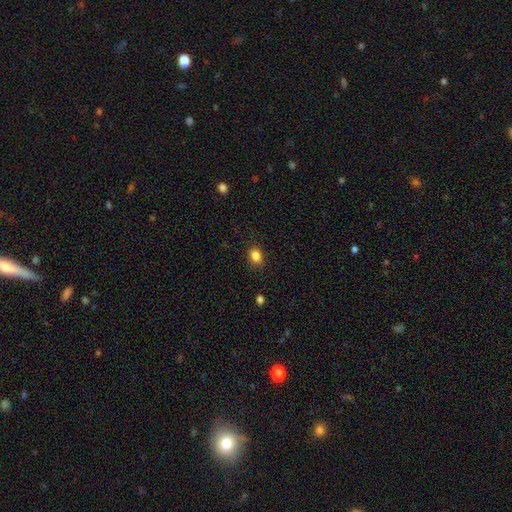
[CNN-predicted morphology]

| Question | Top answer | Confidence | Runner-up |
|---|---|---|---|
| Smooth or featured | smooth | 85% | star or artifact (11%) |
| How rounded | in between | 60% | round (38%) |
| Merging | none | 86% | minor disturbance (10%) |